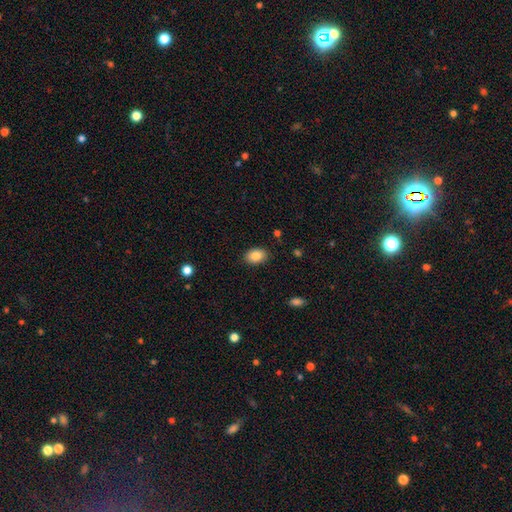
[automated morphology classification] This is clearly a smooth galaxy (87%). How rounded: clearly in between (82%). Merging: clearly none (87%).